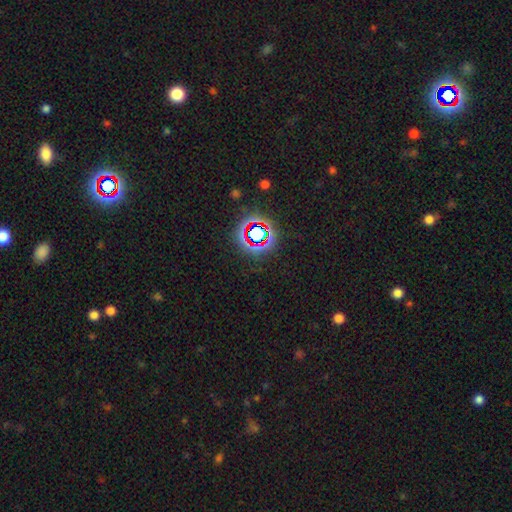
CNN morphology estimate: Smooth or featured: star or artifact — 73% (smooth — 16%)